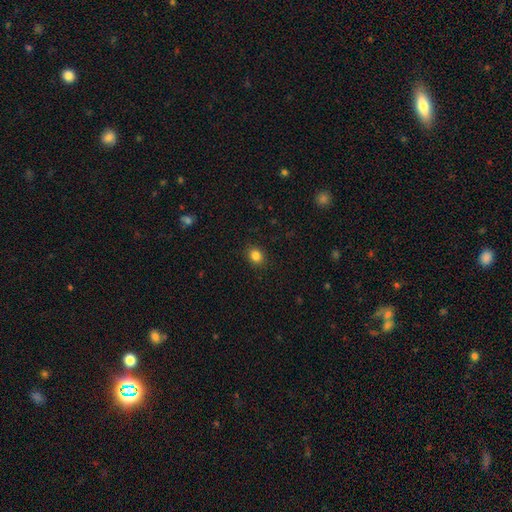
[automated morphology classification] The model was most divided on "how rounded": round: 58%, in between: 41%, cigar-shaped: 1%. More confident: merging — none (89%); smooth or featured — smooth (84%).